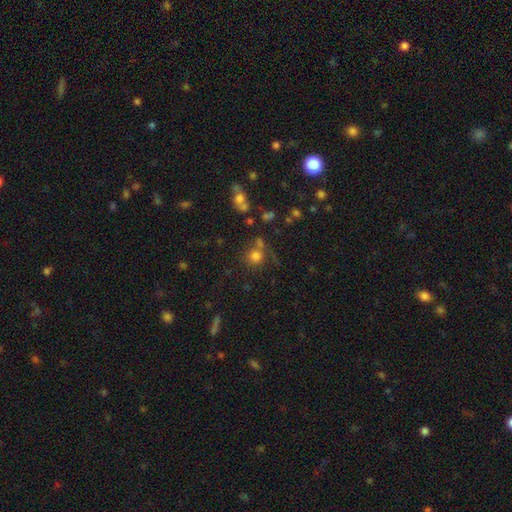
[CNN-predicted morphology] Q: Smooth or featured?
A: smooth (75%); runner-up: star or artifact (16%)
Q: How rounded?
A: round (88%); runner-up: in between (11%)
Q: Merging?
A: none (62%); runner-up: merger (19%)